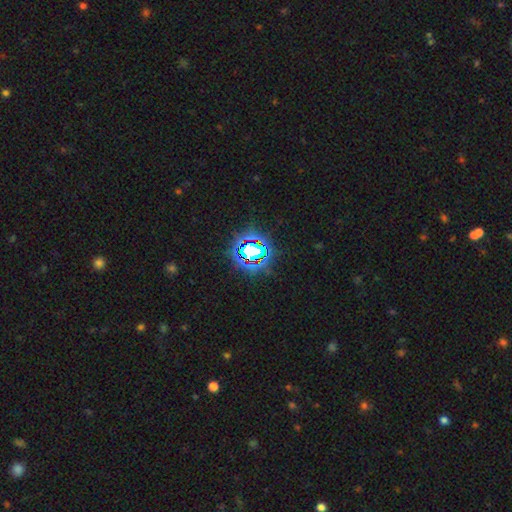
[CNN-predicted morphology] Smooth or featured? star or artifact (68%)